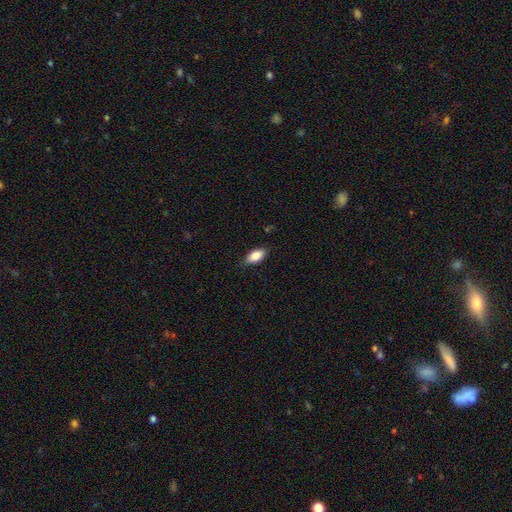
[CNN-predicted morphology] A smooth galaxy with no disk features (85%) that is in between round and cigar-shaped (90%).

Vote fractions:
- Smooth or featured? smooth: 85% / featured or disk: 8% / star or artifact: 7%
- How rounded? in between: 90% / cigar-shaped: 6% / round: 3%
- Merging? none: 81% / minor disturbance: 15% / major disturbance: 3% / merger: 1%